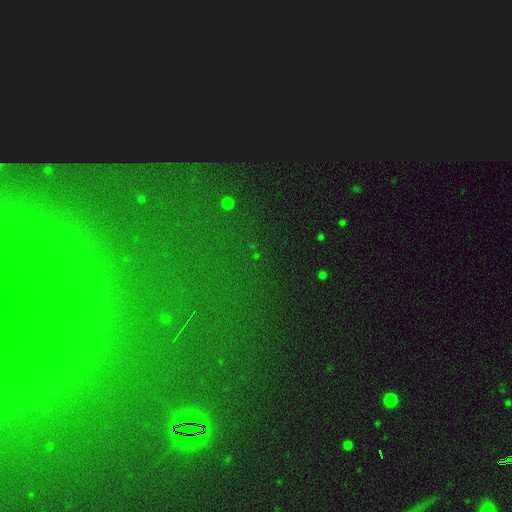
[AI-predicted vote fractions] Q: Smooth or featured?
A: star or artifact (79%); runner-up: smooth (11%)